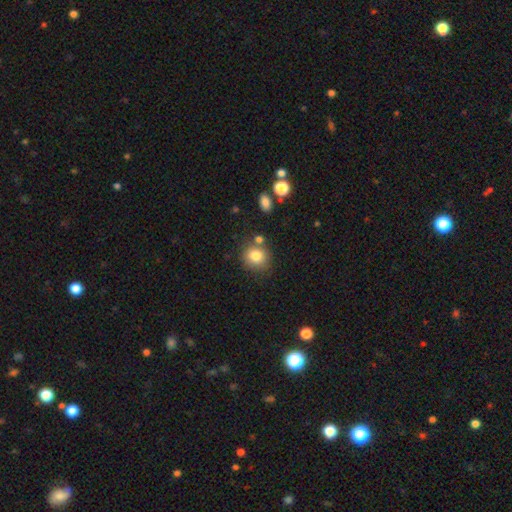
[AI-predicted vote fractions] smooth_or_featured: smooth (p=0.81) [alt: star or artifact p=0.10]
how_rounded: round (p=0.82) [alt: in between p=0.17]
merging: none (p=0.73) [alt: minor disturbance p=0.12]